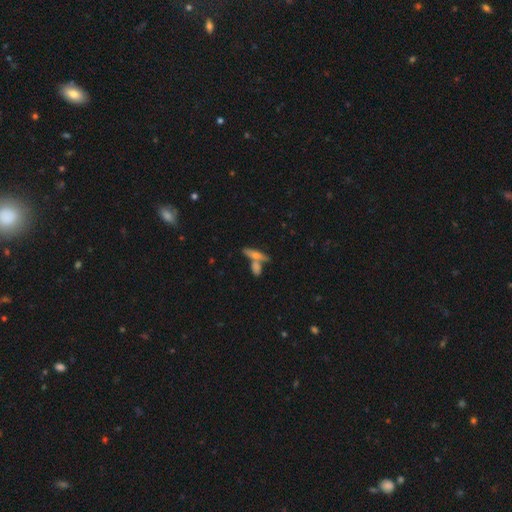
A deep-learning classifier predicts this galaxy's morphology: smooth-or-featured: smooth: 50% | featured or disk: 40% | star or artifact: 10%
  how-rounded: cigar-shaped: 65% | in between: 30% | round: 5%
  merging: none: 54% | merger: 33% | minor disturbance: 10% | major disturbance: 4%